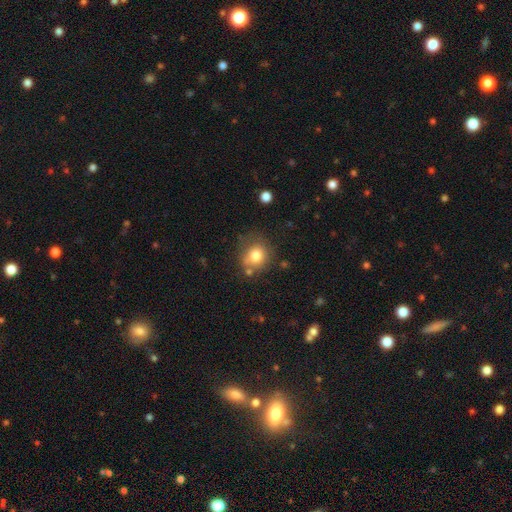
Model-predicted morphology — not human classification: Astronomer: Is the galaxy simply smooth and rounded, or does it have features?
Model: smooth — 78%.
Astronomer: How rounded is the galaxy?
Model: round — 79%.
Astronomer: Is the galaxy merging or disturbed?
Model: none — 64%.